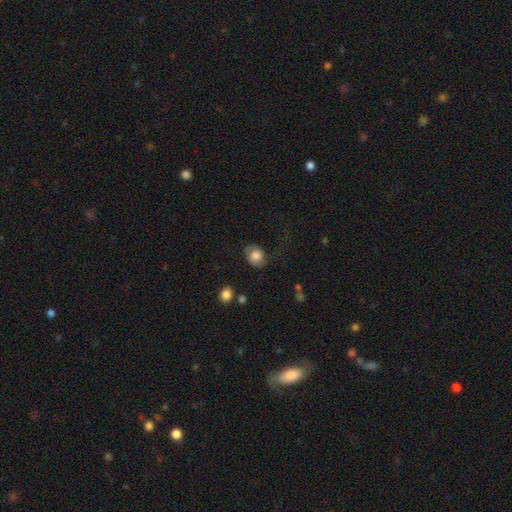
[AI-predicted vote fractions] Smooth or featured?
  - smooth: 75% *
  - featured or disk: 17%
  - star or artifact: 8%
How rounded?
  - round: 59% *
  - in between: 40%
  - cigar-shaped: 1%
Merging?
  - none: 61% *
  - minor disturbance: 23%
  - major disturbance: 14%
  - merger: 2%